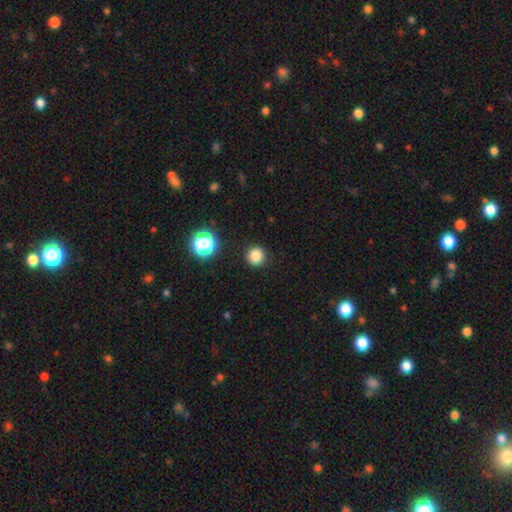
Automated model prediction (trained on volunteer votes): A smooth galaxy with no disk features (83%) that is round (95%). Merging: none (92%).